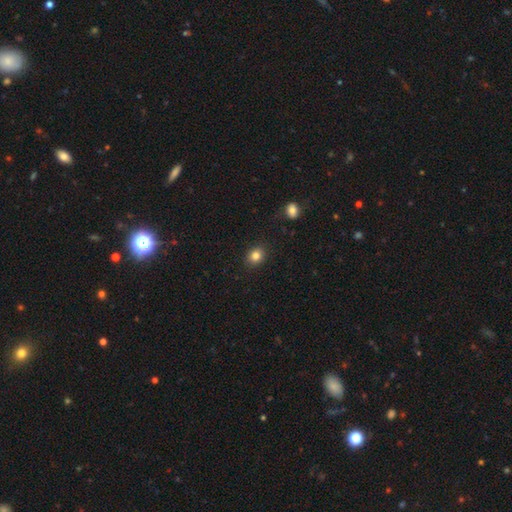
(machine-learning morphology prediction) A smooth galaxy with no disk features (83%) that is round (65%). Merging: none (89%).